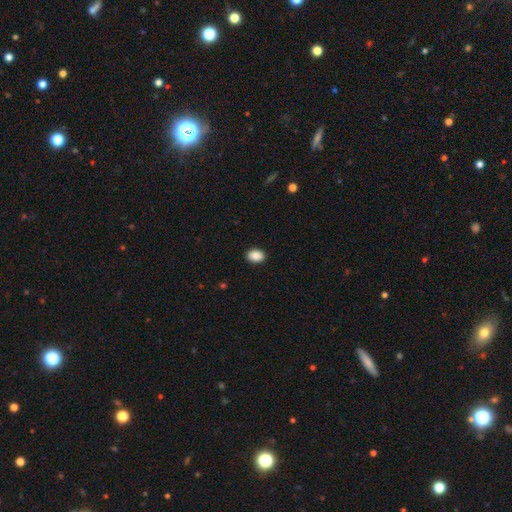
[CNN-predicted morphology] This is clearly a smooth galaxy (90%). How rounded: clearly in between (80%). Merging: clearly none (91%).